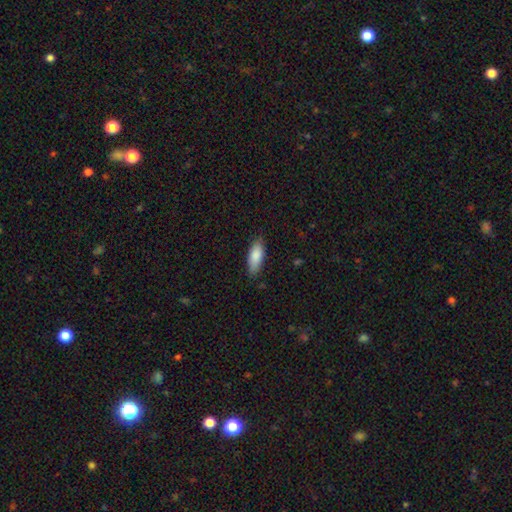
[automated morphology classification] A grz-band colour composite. It shows a smooth galaxy with no disk features (86%) that is in between round and cigar-shaped (75%). Merging: none (81%).